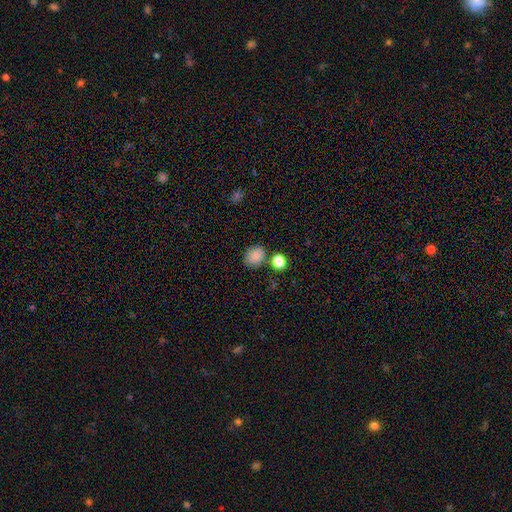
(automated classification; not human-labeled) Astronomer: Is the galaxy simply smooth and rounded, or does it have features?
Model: smooth — 86%.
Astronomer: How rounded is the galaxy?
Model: round — 59% (runner-up: in between, 40%).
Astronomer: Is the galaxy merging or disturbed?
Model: none — 75%.